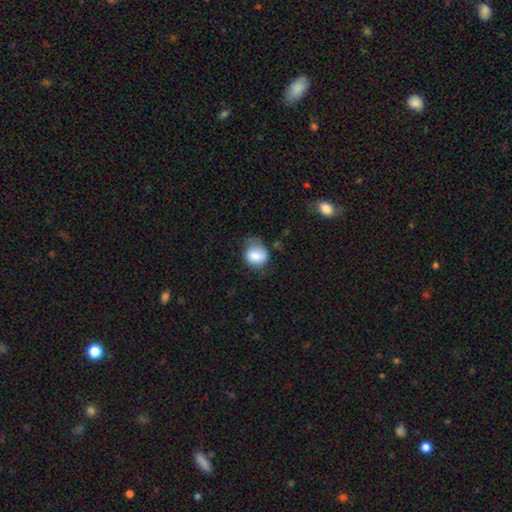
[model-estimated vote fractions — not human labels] Smooth or featured? Predicted: smooth (p=0.81). How rounded? Predicted: round (p=0.59). Merging? Predicted: none (p=0.45).